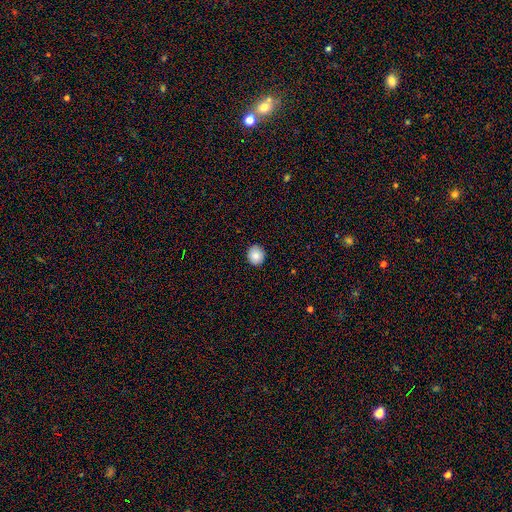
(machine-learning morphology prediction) Q: Smooth or featured?
A: smooth (84%); runner-up: star or artifact (9%)
Q: How rounded?
A: round (84%); runner-up: in between (15%)
Q: Merging?
A: none (90%); runner-up: minor disturbance (7%)